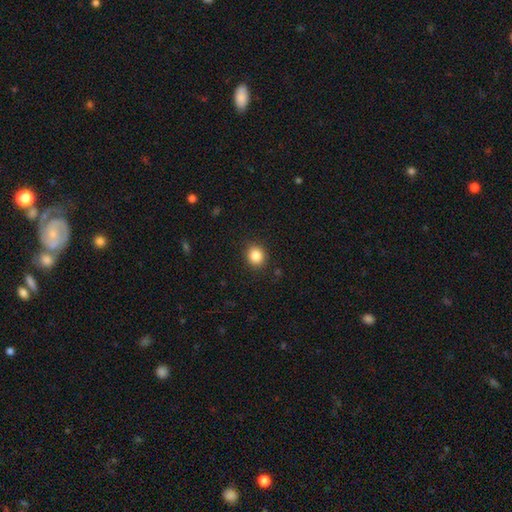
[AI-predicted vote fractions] Smooth or featured: smooth — 85% (star or artifact — 10%)
How rounded: round — 77% (in between — 22%)
Merging: none — 88% (minor disturbance — 8%)